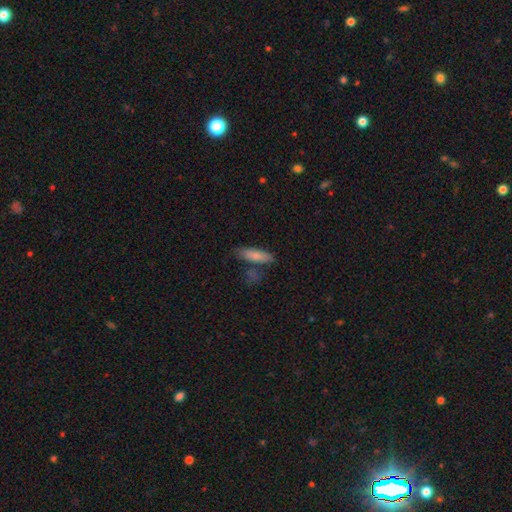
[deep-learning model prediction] Smooth or featured?
  - smooth: 81% *
  - featured or disk: 13%
  - star or artifact: 7%
How rounded?
  - cigar-shaped: 55% *
  - in between: 43%
  - round: 2%
Merging?
  - none: 69% *
  - minor disturbance: 16%
  - merger: 10%
  - major disturbance: 4%